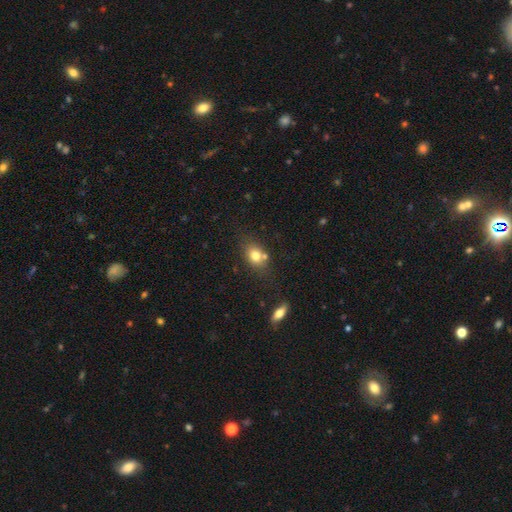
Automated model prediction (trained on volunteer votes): The model was most divided on "how rounded": in between: 61%, round: 37%, cigar-shaped: 2%. More confident: smooth or featured — smooth (76%); merging — none (62%).